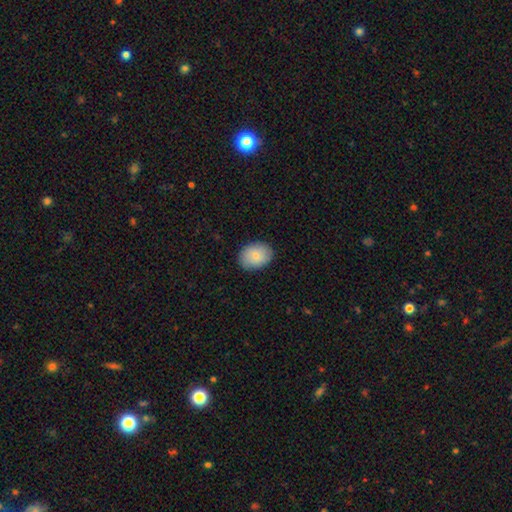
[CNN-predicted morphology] The model was most divided on "how rounded": in between: 65%, round: 34%, cigar-shaped: 1%. More confident: merging — none (86%); smooth or featured — smooth (79%).